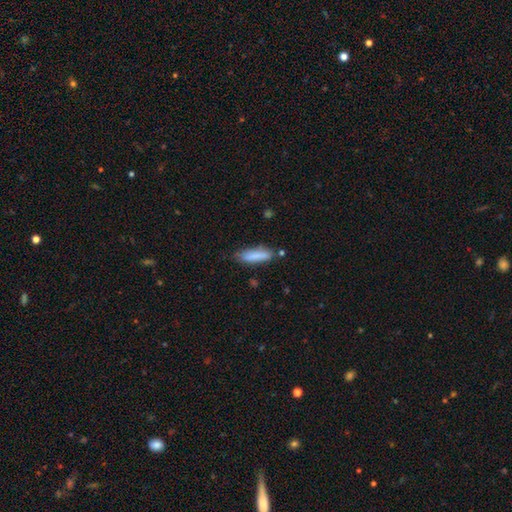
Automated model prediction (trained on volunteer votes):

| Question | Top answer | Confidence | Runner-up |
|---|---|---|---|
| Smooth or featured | smooth | 84% | featured or disk (10%) |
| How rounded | cigar-shaped | 65% | in between (33%) |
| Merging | none | 74% | minor disturbance (18%) |